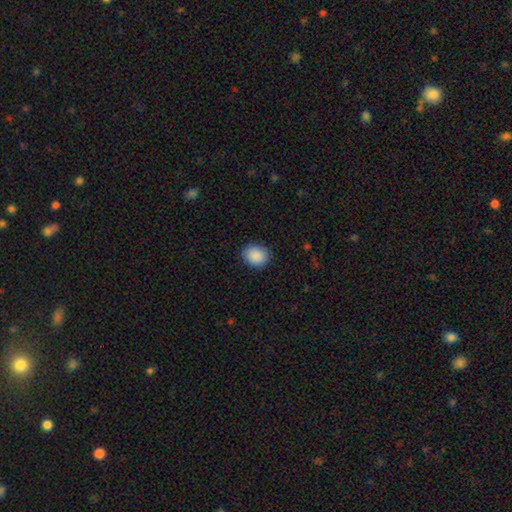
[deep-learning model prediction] smooth-or-featured: smooth: 90% | star or artifact: 8% | featured or disk: 3%
  how-rounded: round: 59% | in between: 40% | cigar-shaped: 1%
  merging: none: 88% | minor disturbance: 9% | major disturbance: 2% | merger: 1%